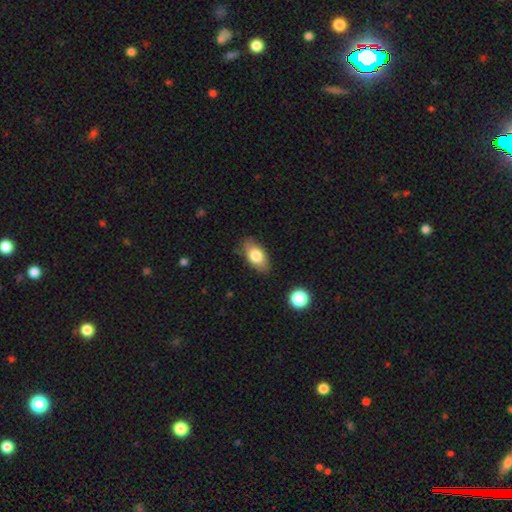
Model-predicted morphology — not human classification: Smooth or featured: smooth — 77% (featured or disk — 17%)
How rounded: in between — 91% (round — 5%)
Merging: none — 80% (minor disturbance — 15%)